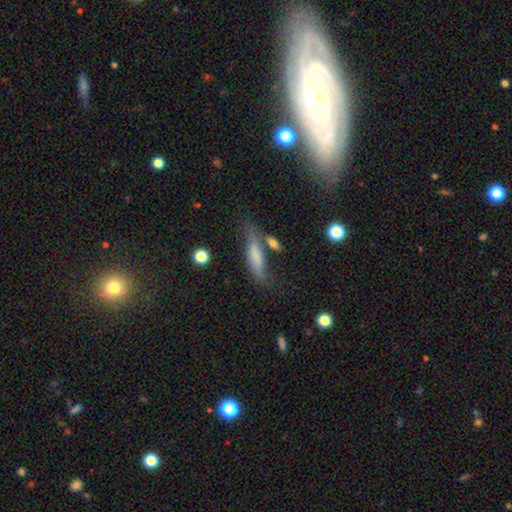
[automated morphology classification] Smooth or featured: smooth — 68% (featured or disk — 24%)
How rounded: cigar-shaped — 68% (in between — 29%)
Merging: none — 54% (minor disturbance — 24%)